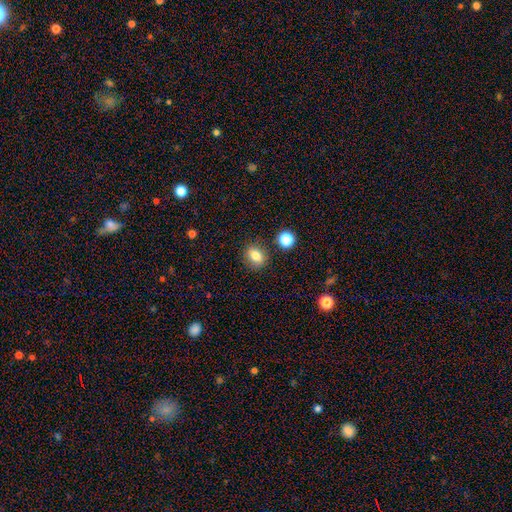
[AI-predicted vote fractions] Smooth or featured?
  - smooth: 81% *
  - star or artifact: 11%
  - featured or disk: 8%
How rounded?
  - in between: 54% *
  - round: 44%
  - cigar-shaped: 2%
Merging?
  - none: 83% *
  - minor disturbance: 10%
  - merger: 4%
  - major disturbance: 3%